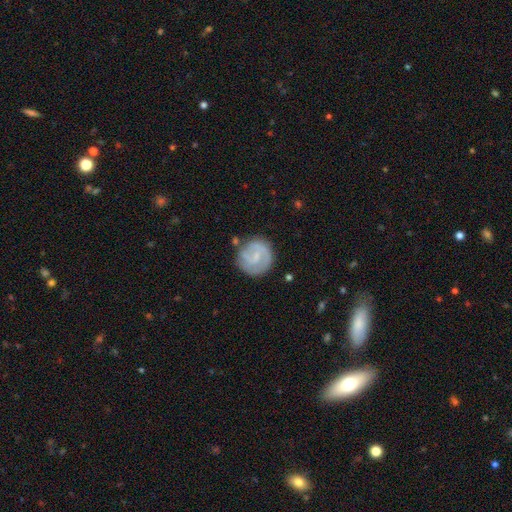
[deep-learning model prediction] A featured or disk galaxy (61%) with a weak bar (53%), spiral arms (82%) and a small central bulge (53%). Merging: none (75%).